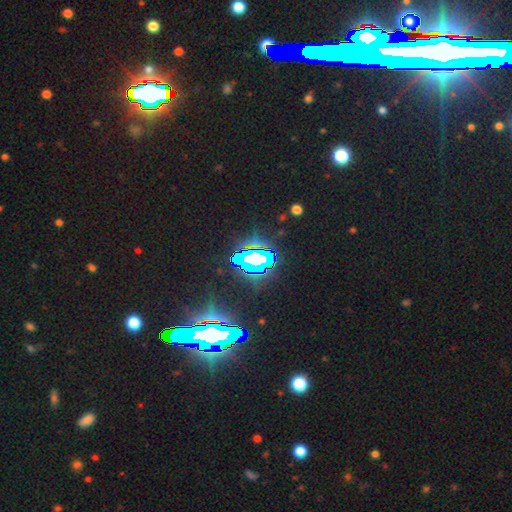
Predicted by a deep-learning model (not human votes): This is likely a star or artifact rather than a galaxy (75%).